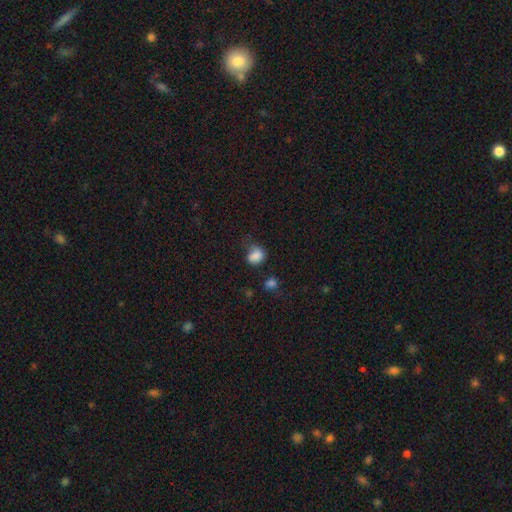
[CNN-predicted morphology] Smooth or featured?
  - smooth: 83% *
  - star or artifact: 11%
  - featured or disk: 6%
How rounded?
  - in between: 52% *
  - round: 47%
  - cigar-shaped: 1%
Merging?
  - none: 46% *
  - minor disturbance: 32%
  - major disturbance: 15%
  - merger: 7%